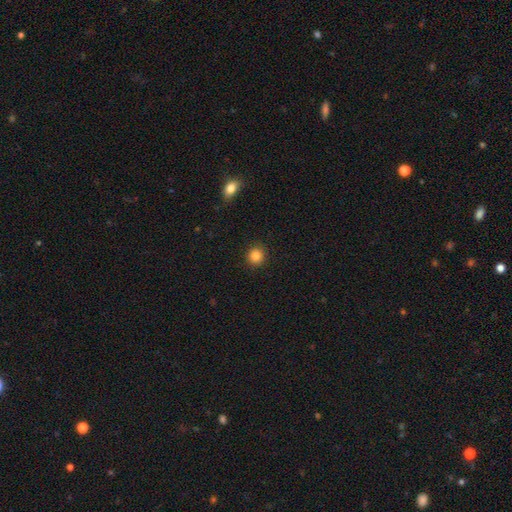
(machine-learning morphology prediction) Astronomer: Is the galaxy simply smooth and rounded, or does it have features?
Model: smooth — 85%.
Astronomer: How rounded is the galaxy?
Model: round — 92%.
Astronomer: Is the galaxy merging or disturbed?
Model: none — 92%.